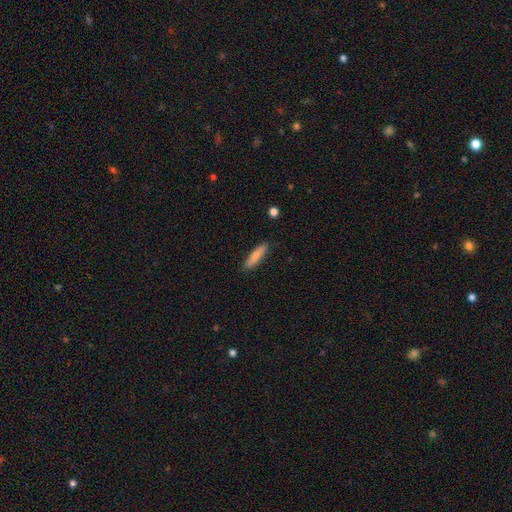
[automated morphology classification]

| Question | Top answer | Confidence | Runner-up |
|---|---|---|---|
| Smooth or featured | smooth | 81% | featured or disk (13%) |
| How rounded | cigar-shaped | 77% | in between (22%) |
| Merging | none | 87% | minor disturbance (10%) |